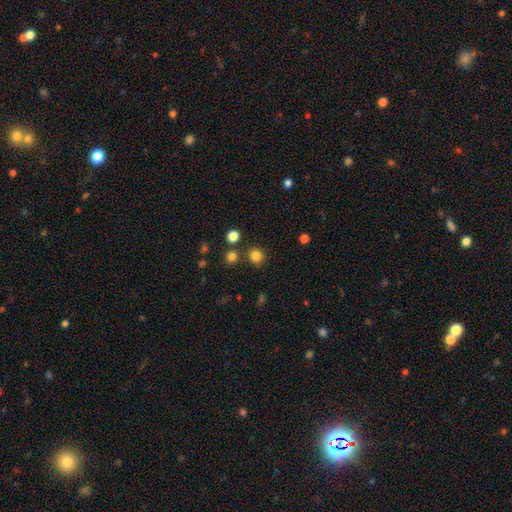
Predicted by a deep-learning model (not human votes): Smooth or featured: smooth — 82% (star or artifact — 14%)
How rounded: round — 88% (in between — 11%)
Merging: none — 82% (minor disturbance — 7%)